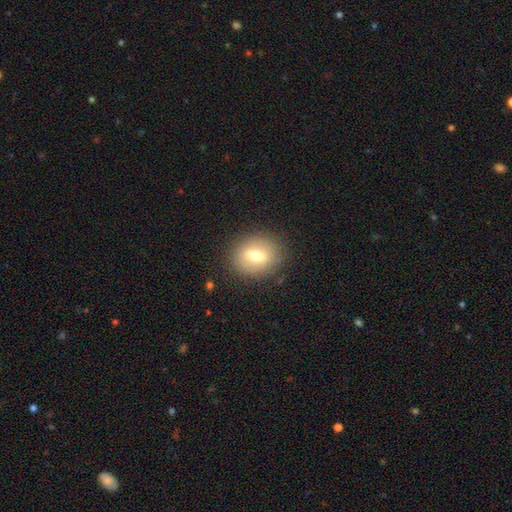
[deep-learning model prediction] Q: Smooth or featured?
A: smooth (64%); runner-up: featured or disk (26%)
Q: How rounded?
A: round (65%); runner-up: in between (34%)
Q: Merging?
A: none (87%); runner-up: minor disturbance (9%)